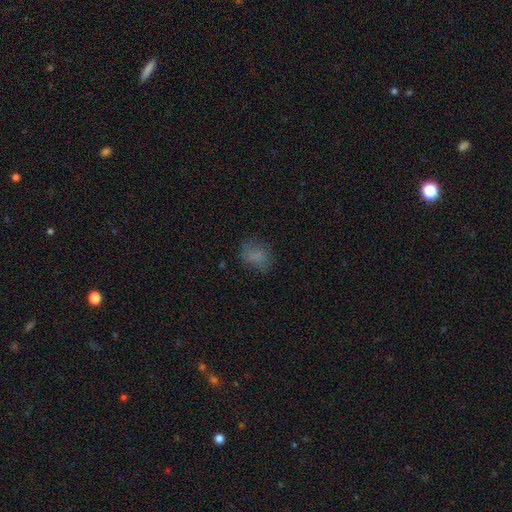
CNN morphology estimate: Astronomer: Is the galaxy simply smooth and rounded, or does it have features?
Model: smooth — 73%.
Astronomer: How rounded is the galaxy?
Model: in between — 65%.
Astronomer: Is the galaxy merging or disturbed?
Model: none — 66%.